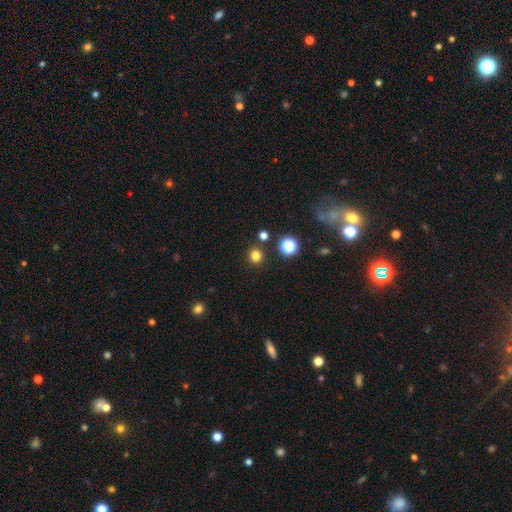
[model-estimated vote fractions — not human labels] Smooth or featured? Predicted: smooth (p=0.78). How rounded? Predicted: round (p=0.90). Merging? Predicted: none (p=0.87).